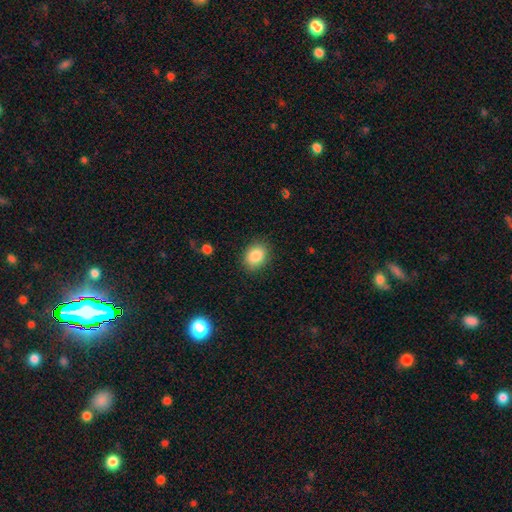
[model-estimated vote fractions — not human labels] This appears to be a smooth galaxy with no disk features (86%) that is in between round and cigar-shaped (62%). Merging: none (85%).